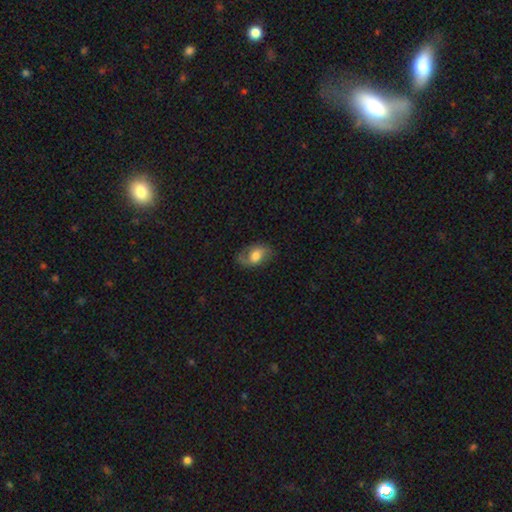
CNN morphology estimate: type=smooth (48%); merging=none (71%).